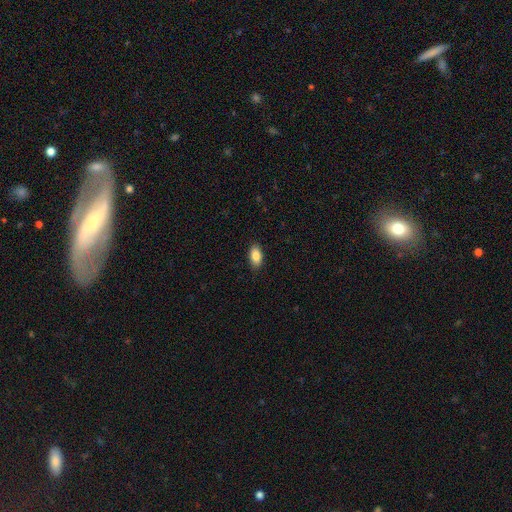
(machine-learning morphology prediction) type=smooth (87%); roundness=in between (92%); merging=none (88%).